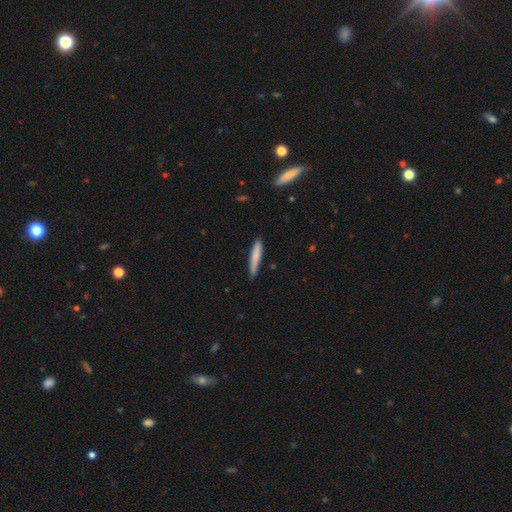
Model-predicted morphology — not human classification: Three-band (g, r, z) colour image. It shows a smooth galaxy with no disk features (80%) that is cigar-shaped (92%). Merging: none (84%).